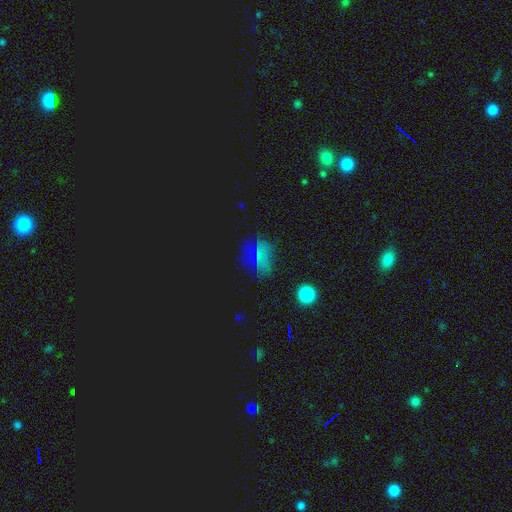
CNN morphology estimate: Overall: star or artifact (56%; smooth 32%).